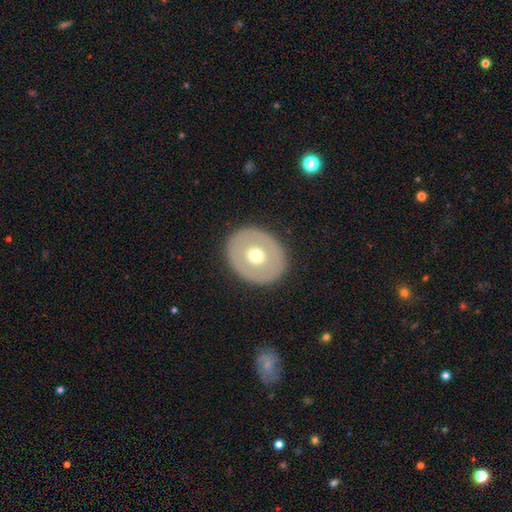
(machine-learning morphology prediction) This is possibly a smooth galaxy (47%, tied with featured or disk). Merging: clearly none (88%).